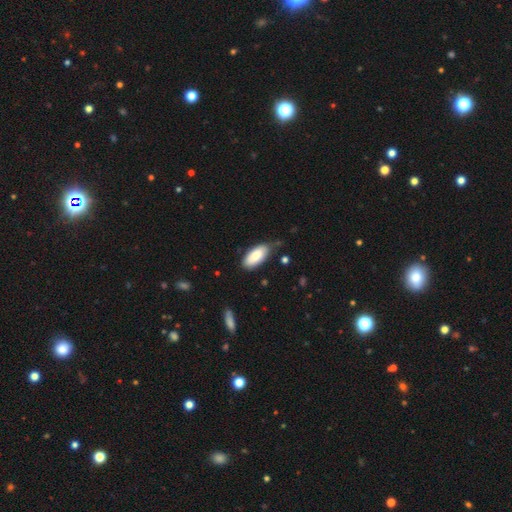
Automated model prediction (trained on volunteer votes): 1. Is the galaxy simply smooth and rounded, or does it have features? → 81% smooth, 13% featured or disk, 6% star or artifact.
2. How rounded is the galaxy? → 91% in between, 7% cigar-shaped, 2% round.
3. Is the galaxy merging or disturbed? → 70% none, 23% minor disturbance, 4% major disturbance, 2% merger.